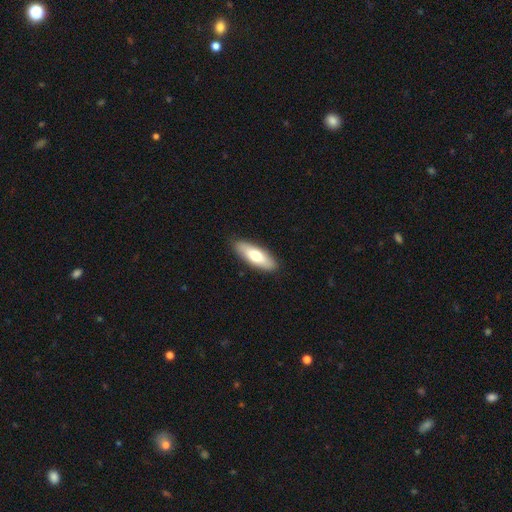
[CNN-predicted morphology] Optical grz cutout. It shows a smooth galaxy with no disk features (68%) that is in between round and cigar-shaped (61%). Merging: none (89%).